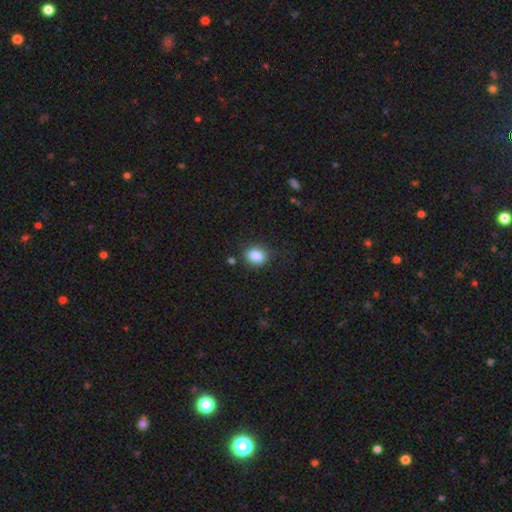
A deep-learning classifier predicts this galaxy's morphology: smooth-or-featured: smooth: 86% | star or artifact: 9% | featured or disk: 5%
  how-rounded: in between: 63% | round: 36% | cigar-shaped: 1%
  merging: none: 80% | minor disturbance: 14% | major disturbance: 4% | merger: 2%